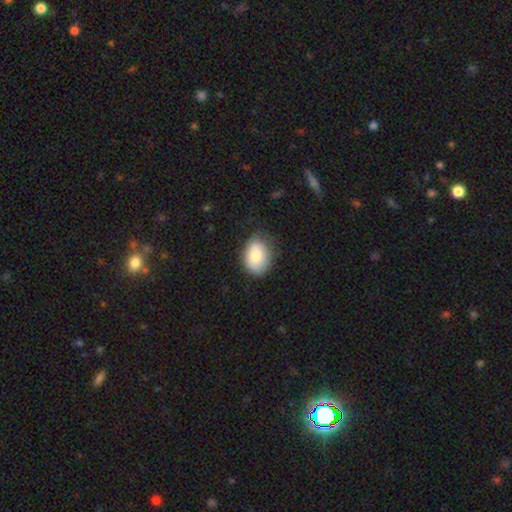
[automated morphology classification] A smooth galaxy with no disk features (85%) that is in between round and cigar-shaped (78%).

Vote fractions:
- Smooth or featured? smooth: 85% / featured or disk: 9% / star or artifact: 7%
- How rounded? in between: 78% / round: 21% / cigar-shaped: 1%
- Merging? none: 73% / minor disturbance: 21% / major disturbance: 5% / merger: 1%